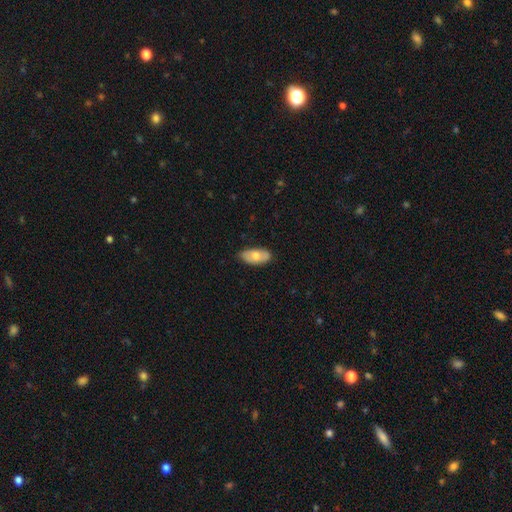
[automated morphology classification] Q: Smooth or featured?
A: smooth (65%); runner-up: featured or disk (29%)
Q: How rounded?
A: in between (93%); runner-up: cigar-shaped (4%)
Q: Merging?
A: none (76%); runner-up: minor disturbance (20%)